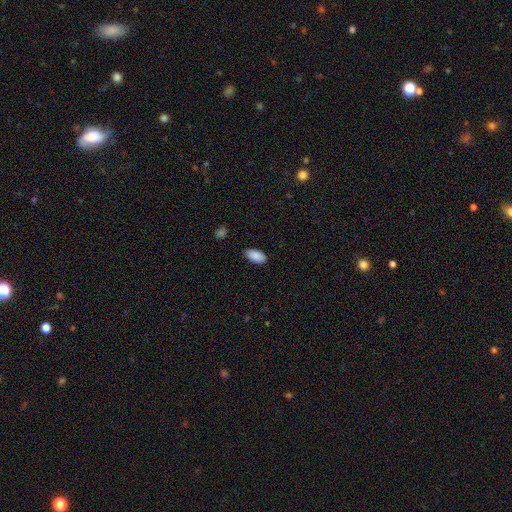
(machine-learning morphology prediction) Smooth or featured: smooth — 89% (star or artifact — 7%)
How rounded: in between — 95% (cigar-shaped — 3%)
Merging: none — 84% (minor disturbance — 13%)